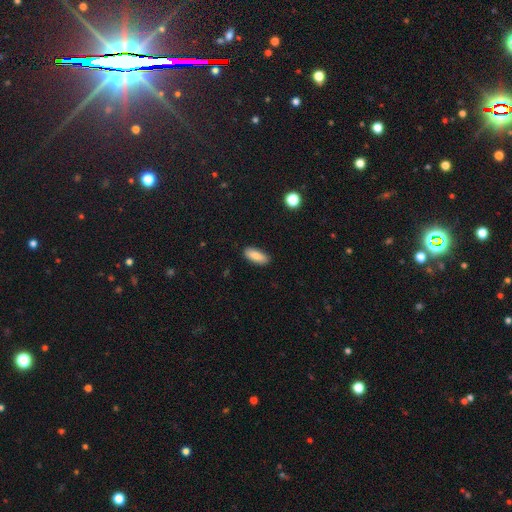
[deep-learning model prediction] smooth_or_featured: smooth (p=0.84) [alt: featured or disk p=0.09]
how_rounded: in between (p=0.79) [alt: cigar-shaped p=0.19]
merging: none (p=0.87) [alt: minor disturbance p=0.10]